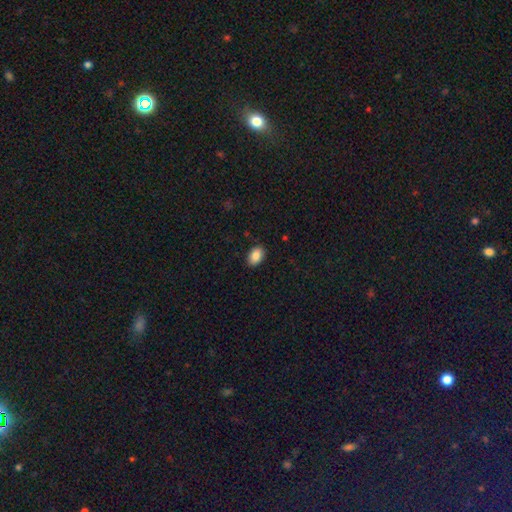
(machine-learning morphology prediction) Overall: smooth (87%). How rounded: in between (86%). Merging: none (88%).